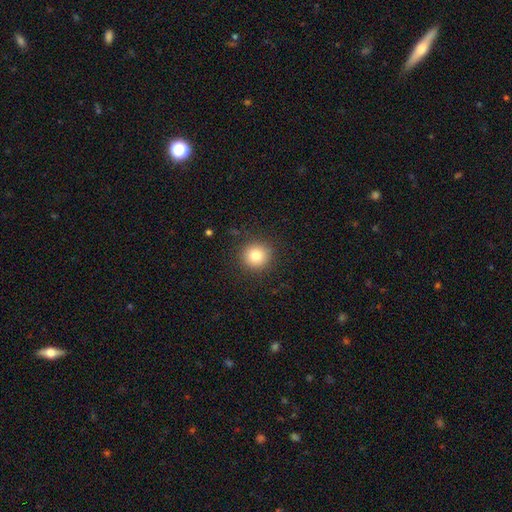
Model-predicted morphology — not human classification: Q: Smooth or featured?
A: smooth (81%); runner-up: star or artifact (11%)
Q: How rounded?
A: round (93%); runner-up: in between (6%)
Q: Merging?
A: none (89%); runner-up: minor disturbance (7%)